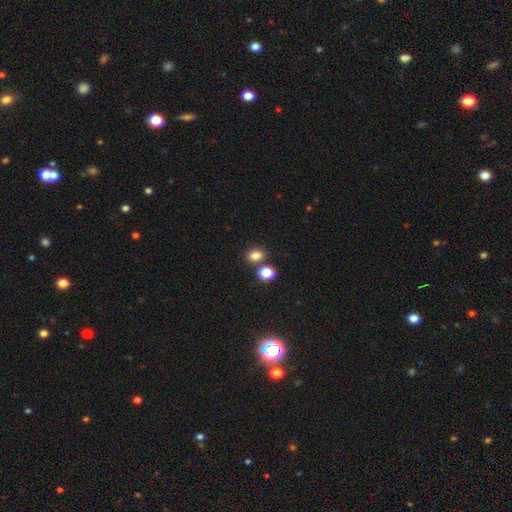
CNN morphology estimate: type=smooth (82%); roundness=in between (51%); merging=none (68%).